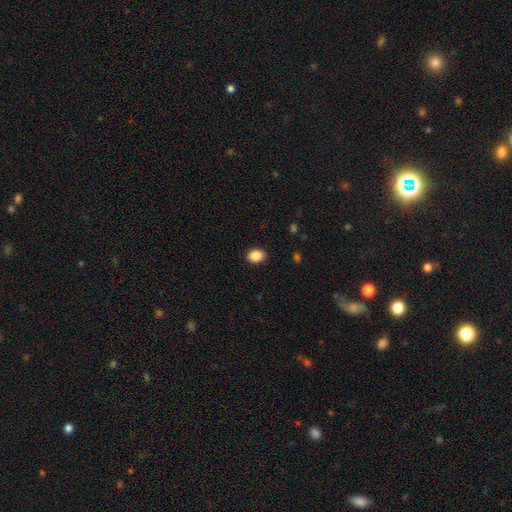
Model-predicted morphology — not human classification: Overall: smooth (88%). How rounded: in between (62%; round 37%). Merging: none (90%).